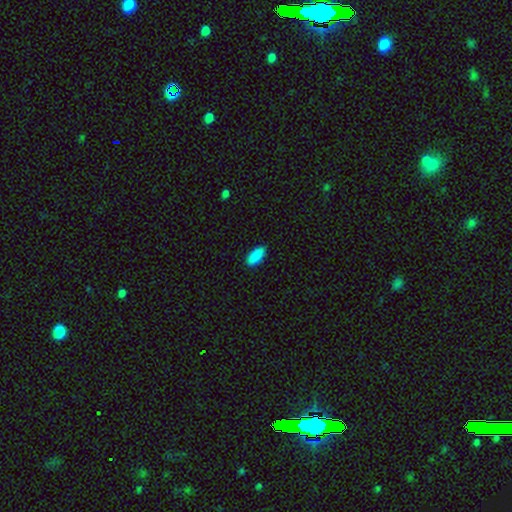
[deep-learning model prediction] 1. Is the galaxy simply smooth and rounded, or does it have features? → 90% smooth, 6% star or artifact, 3% featured or disk.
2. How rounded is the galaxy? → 81% in between, 17% cigar-shaped, 2% round.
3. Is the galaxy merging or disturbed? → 89% none, 8% minor disturbance, 2% major disturbance, 1% merger.